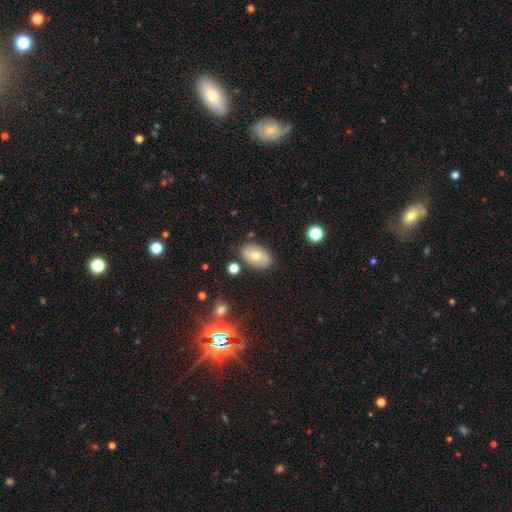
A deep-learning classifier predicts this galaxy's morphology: Smooth or featured?
  - smooth: 67% *
  - featured or disk: 25%
  - star or artifact: 8%
How rounded?
  - in between: 89% *
  - round: 9%
  - cigar-shaped: 1%
Merging?
  - none: 82% *
  - minor disturbance: 12%
  - merger: 3%
  - major disturbance: 3%